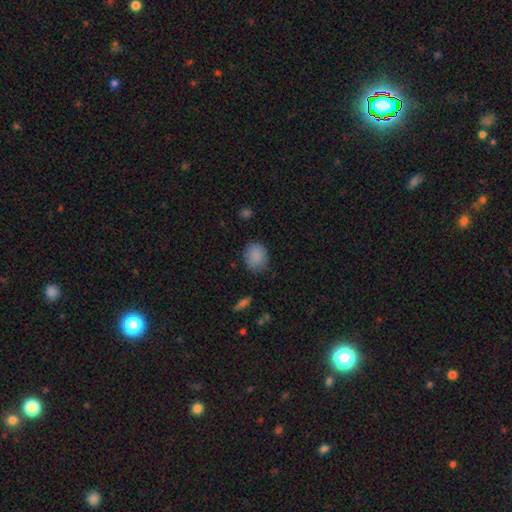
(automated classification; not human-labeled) smooth 87%, star or artifact 8%, featured or disk 4%. Down the decision tree: how rounded — round (60%); merging — none (80%).